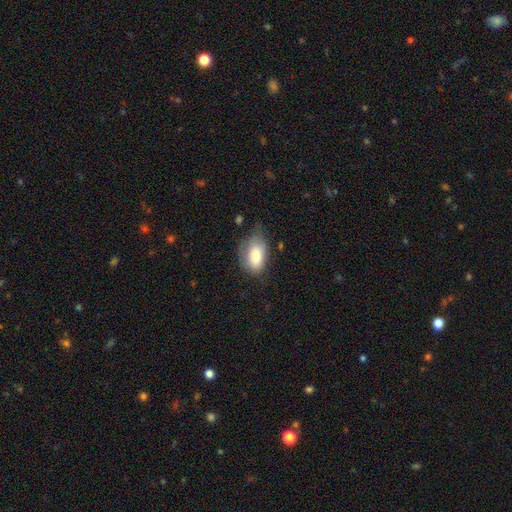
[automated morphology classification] A smooth galaxy with no disk features (79%) that is in between round and cigar-shaped (91%).

Vote fractions:
- Smooth or featured? smooth: 79% / featured or disk: 14% / star or artifact: 7%
- How rounded? in between: 91% / round: 7% / cigar-shaped: 2%
- Merging? none: 54% / minor disturbance: 33% / major disturbance: 11% / merger: 2%